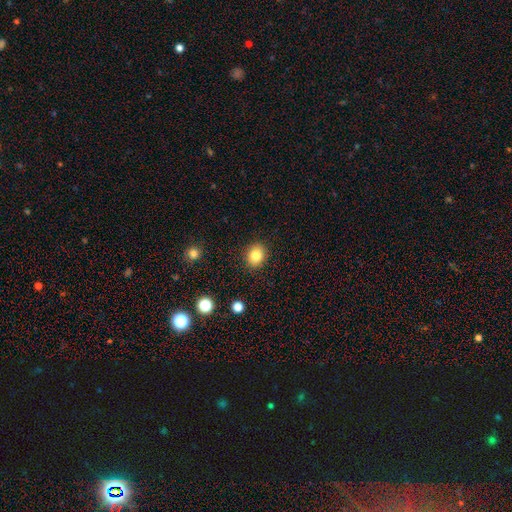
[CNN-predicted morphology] Smooth or featured? smooth (83%)
How rounded? round (58%)
Merging? none (89%)